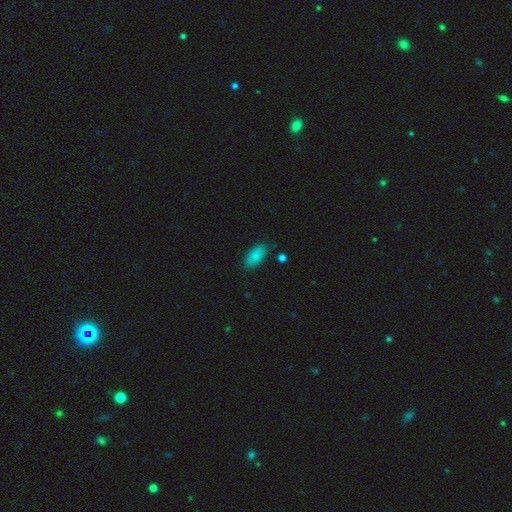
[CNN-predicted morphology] This is clearly a smooth galaxy (86%). How rounded: clearly in between (91%). Merging: clearly none (83%).